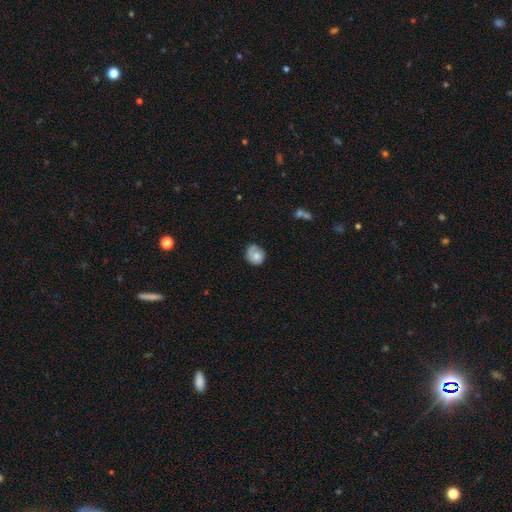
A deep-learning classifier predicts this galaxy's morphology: smooth-or-featured: smooth: 61% | featured or disk: 32% | star or artifact: 7%
  how-rounded: round: 76% | in between: 23% | cigar-shaped: 1%
  merging: none: 59% | minor disturbance: 27% | major disturbance: 11% | merger: 3%